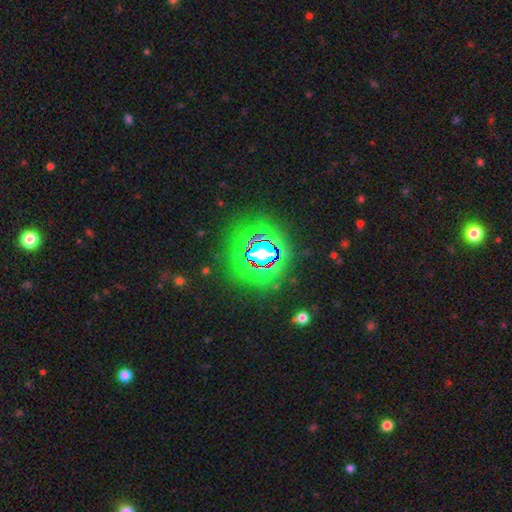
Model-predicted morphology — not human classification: star or artifact 81%, smooth 11%, featured or disk 8%.